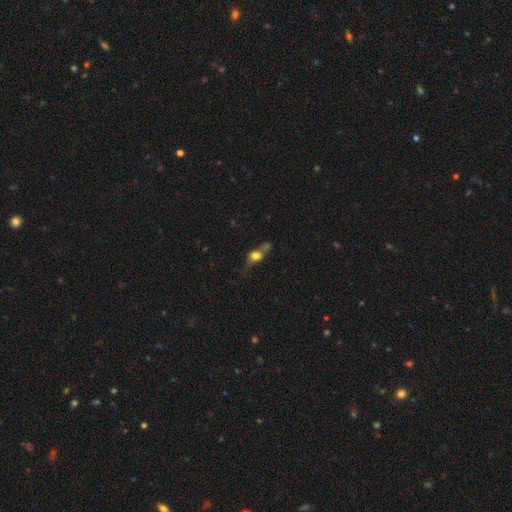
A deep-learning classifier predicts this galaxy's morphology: Smooth or featured? smooth (61%)
How rounded? in between (49%)
Merging? none (35%)